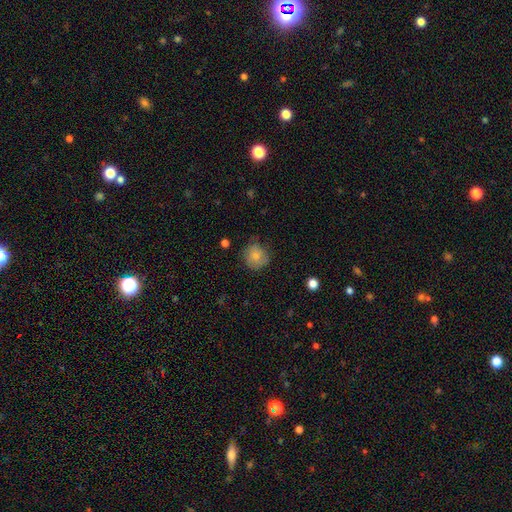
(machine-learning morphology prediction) The model was most divided on "merging": none: 68%, minor disturbance: 24%, major disturbance: 6%, merger: 1%. More confident: how rounded — round (86%); smooth or featured — smooth (77%).